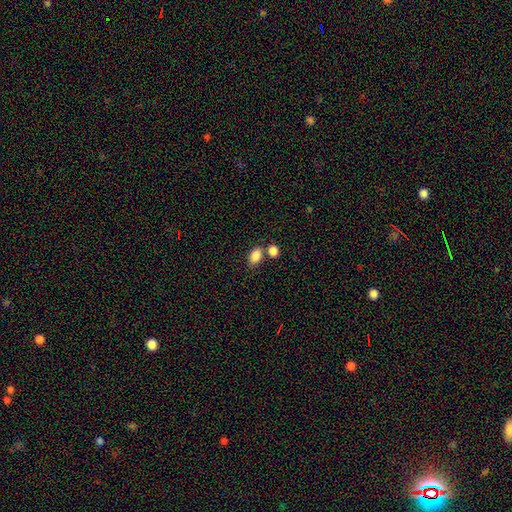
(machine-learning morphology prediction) smooth 86%, star or artifact 9%, featured or disk 5%. Down the decision tree: how rounded — in between (84%); merging — none (58%).